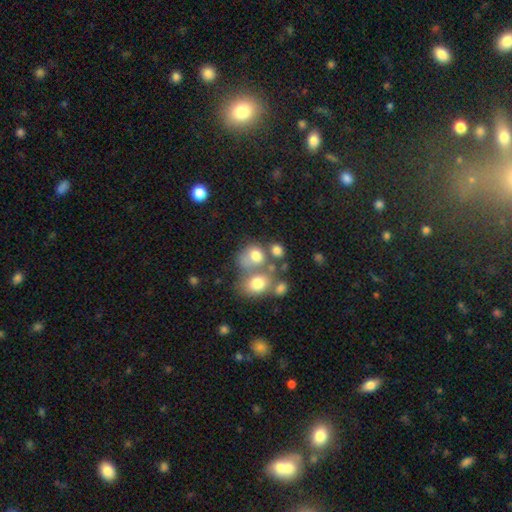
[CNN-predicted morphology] Smooth or featured: smooth — 70% (featured or disk — 18%)
How rounded: round — 59% (in between — 40%)
Merging: merger — 45% (none — 34%)